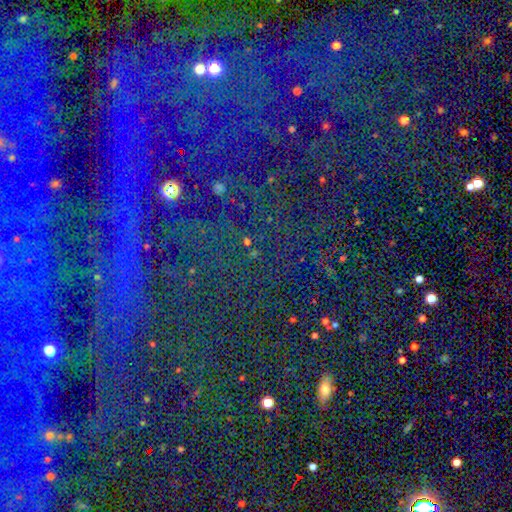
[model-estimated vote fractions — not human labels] Smooth or featured?
  - star or artifact: 86% *
  - smooth: 8%
  - featured or disk: 6%